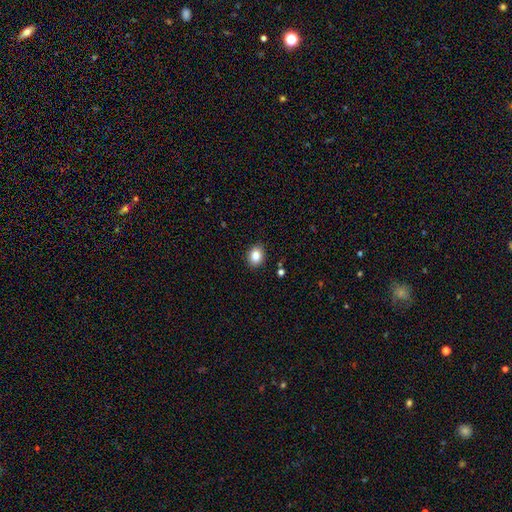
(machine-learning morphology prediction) smooth 85%, star or artifact 9%, featured or disk 6%. Down the decision tree: how rounded — in between (57%); merging — none (89%).